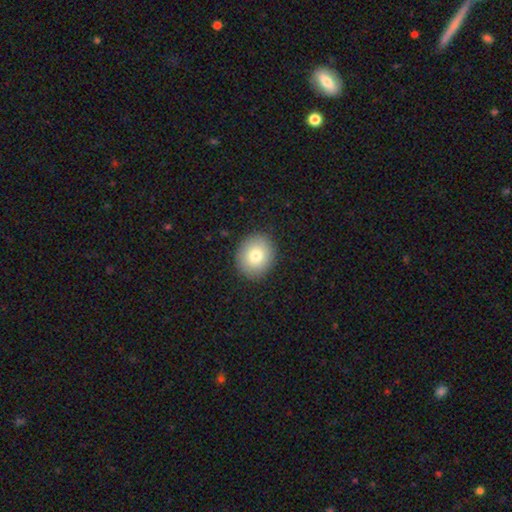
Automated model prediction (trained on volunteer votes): Smooth or featured? smooth (80%)
How rounded? round (72%)
Merging? none (90%)